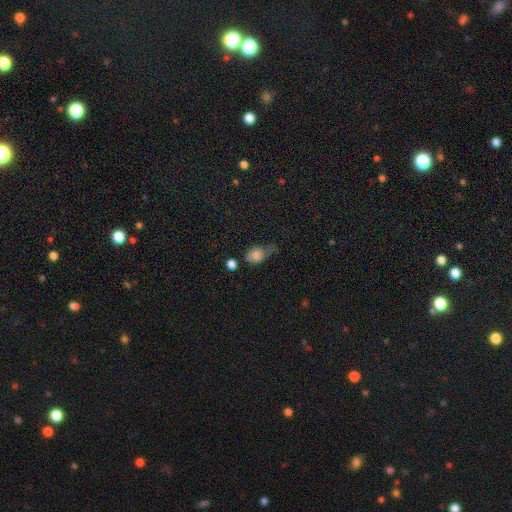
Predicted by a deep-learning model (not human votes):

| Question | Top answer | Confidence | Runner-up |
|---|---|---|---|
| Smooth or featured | smooth | 78% | star or artifact (11%) |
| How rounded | in between | 64% | round (33%) |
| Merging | minor disturbance | 38% | none (30%) |